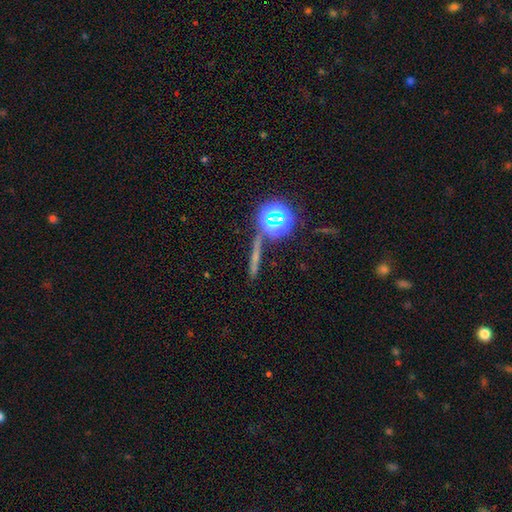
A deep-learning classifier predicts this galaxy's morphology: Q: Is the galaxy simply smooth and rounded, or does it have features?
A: star or artifact — 39%.